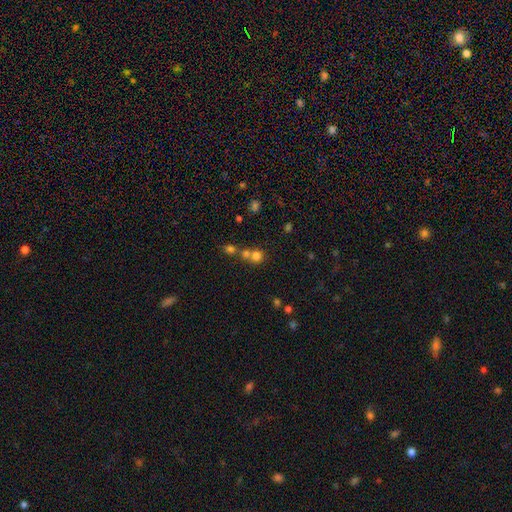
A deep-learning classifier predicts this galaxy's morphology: Smooth or featured? Predicted: smooth (p=0.68). How rounded? Predicted: round (p=0.87). Merging? Predicted: none (p=0.47).